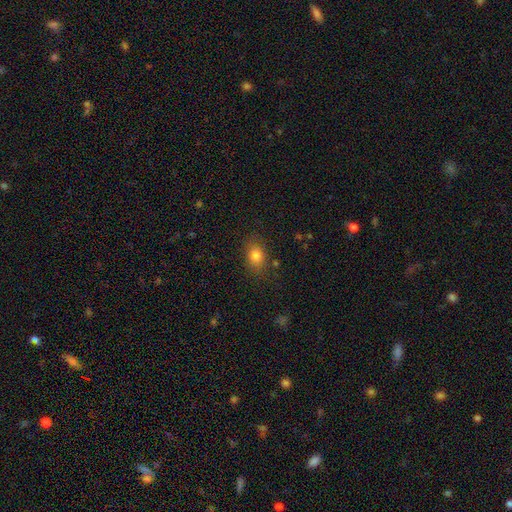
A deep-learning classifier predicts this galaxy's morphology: Smooth or featured? Predicted: smooth (p=0.80). How rounded? Predicted: in between (p=0.68). Merging? Predicted: none (p=0.81).